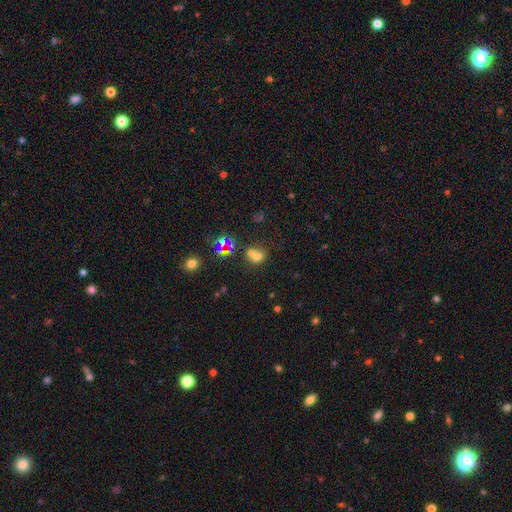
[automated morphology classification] type=smooth (60%); roundness=round (70%); merging=merger (52%).